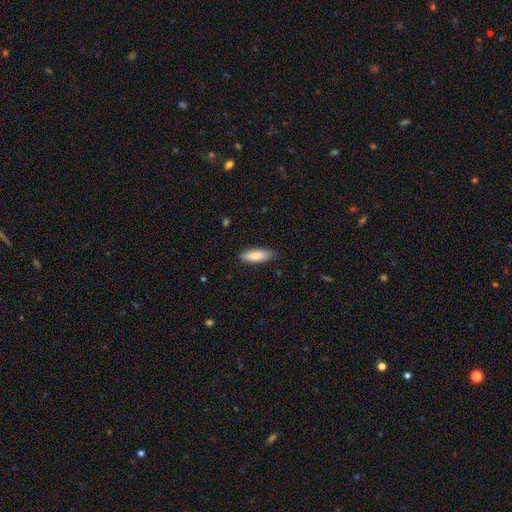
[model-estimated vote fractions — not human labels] Smooth or featured? Predicted: smooth (p=0.83). How rounded? Predicted: in between (p=0.59). Merging? Predicted: none (p=0.87).